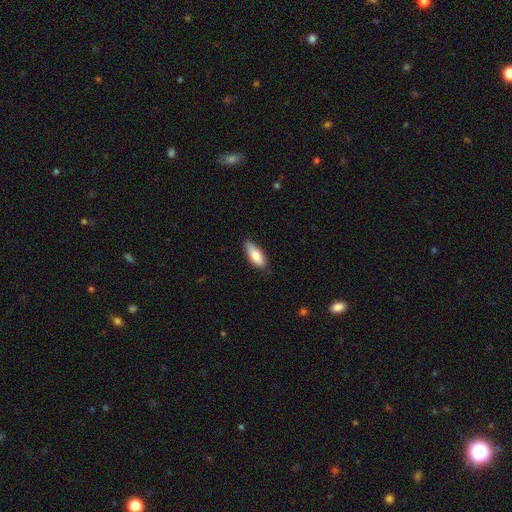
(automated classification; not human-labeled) Q: Smooth or featured?
A: smooth (81%); runner-up: featured or disk (13%)
Q: How rounded?
A: in between (73%); runner-up: cigar-shaped (25%)
Q: Merging?
A: none (81%); runner-up: minor disturbance (16%)